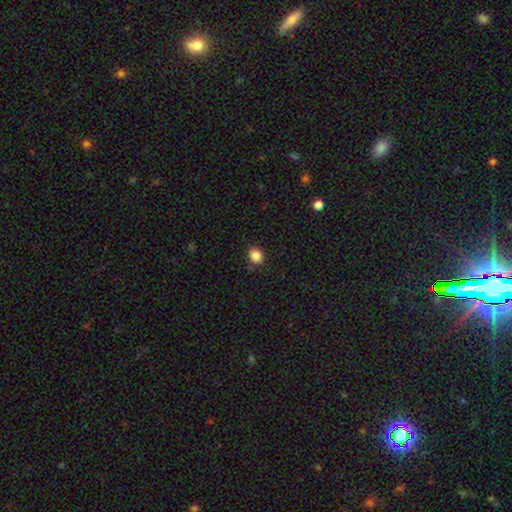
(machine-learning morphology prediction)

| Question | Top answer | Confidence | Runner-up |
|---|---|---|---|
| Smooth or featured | smooth | 85% | star or artifact (11%) |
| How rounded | round | 78% | in between (21%) |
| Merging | none | 83% | minor disturbance (12%) |